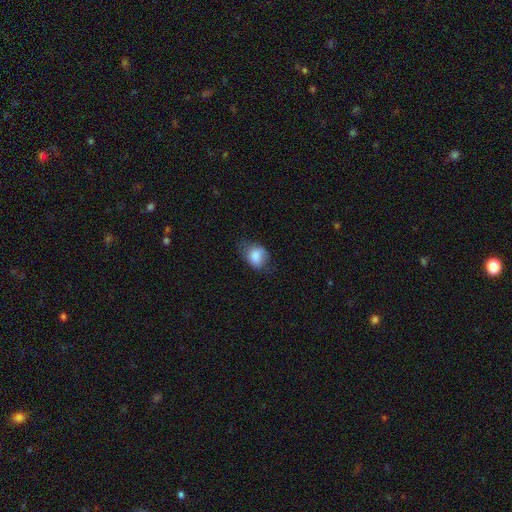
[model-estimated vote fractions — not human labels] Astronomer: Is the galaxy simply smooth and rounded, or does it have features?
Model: smooth — 81%.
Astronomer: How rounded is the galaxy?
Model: in between — 67%.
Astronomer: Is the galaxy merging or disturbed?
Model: none — 54% (runner-up: minor disturbance, 31%).